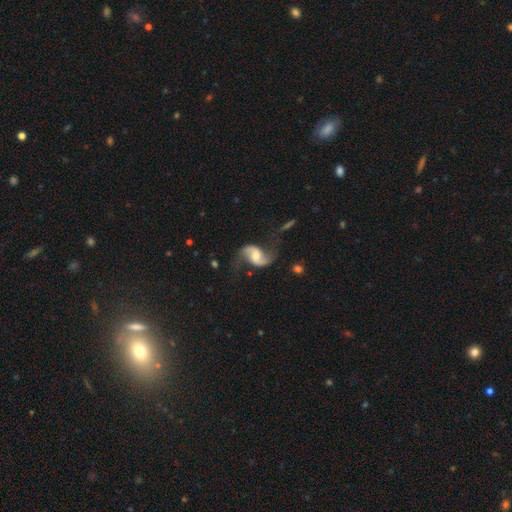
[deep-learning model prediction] Smooth or featured?
  - featured or disk: 87% *
  - smooth: 8%
  - star or artifact: 5%
Edge-on disk?
  - no: 97% *
  - yes: 3%
Bar?
  - weak: 43% *
  - no: 41%
  - strong: 17%
Spiral arms?
  - yes: 96% *
  - no: 4%
Spiral winding?
  - loose: 77% *
  - medium: 19%
  - tight: 4%
Spiral arm count?
  - 2: 93% *
  - 1: 2%
  - can't tell: 2%
  - 3: 1%
  - 4: 1%
  - more than 4: 1%
Bulge size?
  - moderate: 51% *
  - small: 31%
  - large: 10%
  - none: 7%
  - dominant: 2%
Merging?
  - none: 67% *
  - minor disturbance: 17%
  - major disturbance: 13%
  - merger: 3%